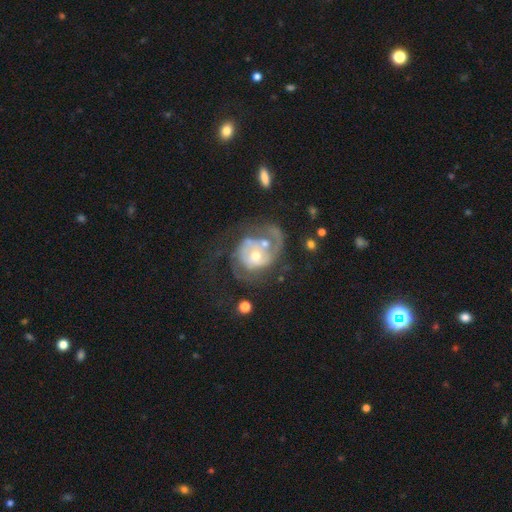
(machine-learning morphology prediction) smooth-or-featured: featured or disk: 77% | smooth: 16% | star or artifact: 7%
  disk-edge-on: no: 98% | yes: 2%
    bar: no: 75% | weak: 21% | strong: 4%
    has-spiral-arms: yes: 80% | no: 20%
      spiral-winding: medium: 39% | tight: 31% | loose: 30%
      spiral-arm-count: 1: 37% | 2: 33% | can't tell: 20% | 3: 6% | 4: 2% | more than 4: 2%
    bulge-size: moderate: 55% | small: 37% | large: 5% | none: 2% | dominant: 1%
  merging: major disturbance: 38% | none: 30% | merger: 18% | minor disturbance: 14%